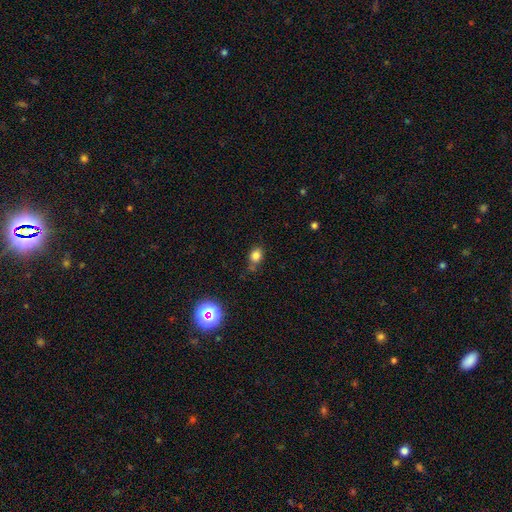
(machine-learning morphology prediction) Smooth or featured: smooth — 80% (star or artifact — 13%)
How rounded: in between — 51% (round — 47%)
Merging: none — 60% (minor disturbance — 25%)